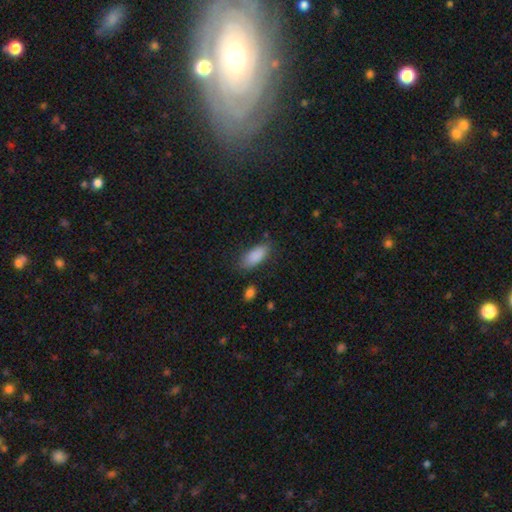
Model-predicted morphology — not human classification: Smooth or featured? Predicted: smooth (p=0.88). How rounded? Predicted: in between (p=0.86). Merging? Predicted: none (p=0.77).